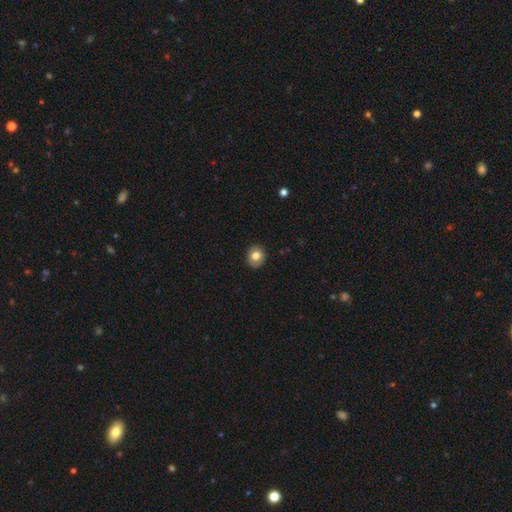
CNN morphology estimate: Smooth or featured? smooth (76%)
How rounded? round (67%)
Merging? none (88%)